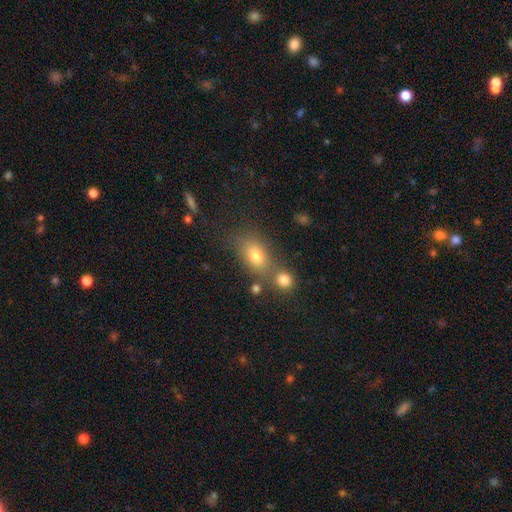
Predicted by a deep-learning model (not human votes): smooth-or-featured: smooth: 76% | featured or disk: 12% | star or artifact: 12%
  how-rounded: in between: 76% | round: 20% | cigar-shaped: 3%
  merging: none: 53% | merger: 29% | minor disturbance: 13% | major disturbance: 6%